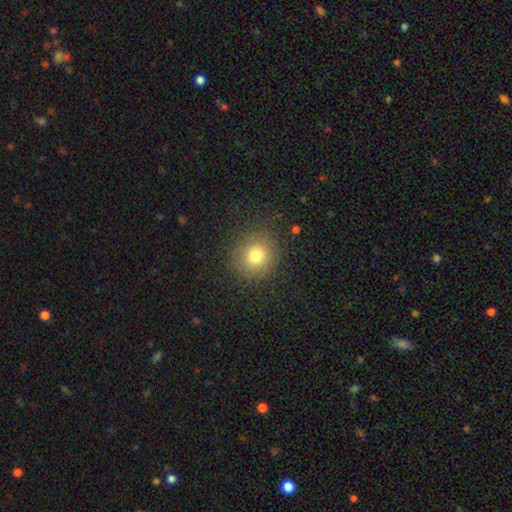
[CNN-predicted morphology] This is likely a smooth galaxy (76%). How rounded: clearly round (89%). Merging: clearly none (86%).